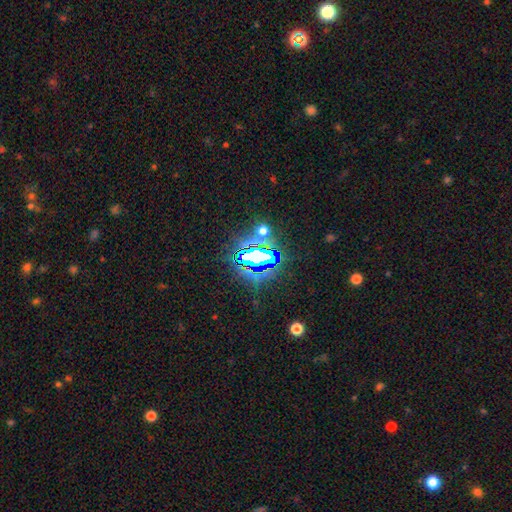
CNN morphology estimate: smooth_or_featured: star or artifact (p=0.74) [alt: smooth p=0.14]